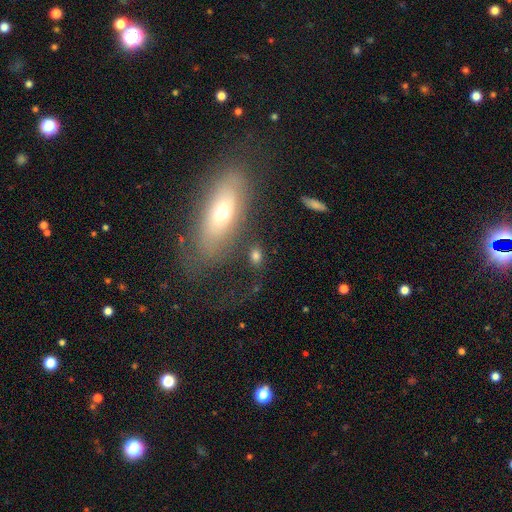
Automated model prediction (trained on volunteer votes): Morphology: type=smooth (75%); roundness=in between (73%); merging=none (76%).